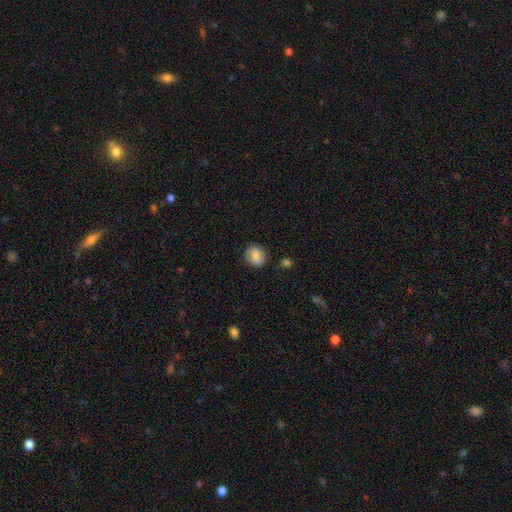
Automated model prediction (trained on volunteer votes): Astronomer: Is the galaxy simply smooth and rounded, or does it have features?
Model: smooth — 83%.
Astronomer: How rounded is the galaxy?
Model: round — 65%.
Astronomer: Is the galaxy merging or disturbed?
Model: none — 84%.